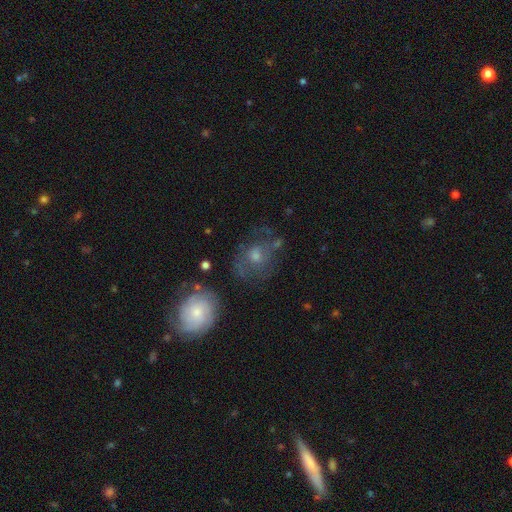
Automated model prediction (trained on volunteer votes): Q: Smooth or featured?
A: featured or disk (51%); runner-up: smooth (33%)
Q: Edge-on disk?
A: no (95%); runner-up: yes (5%)
Q: Merging?
A: none (62%); runner-up: minor disturbance (18%)